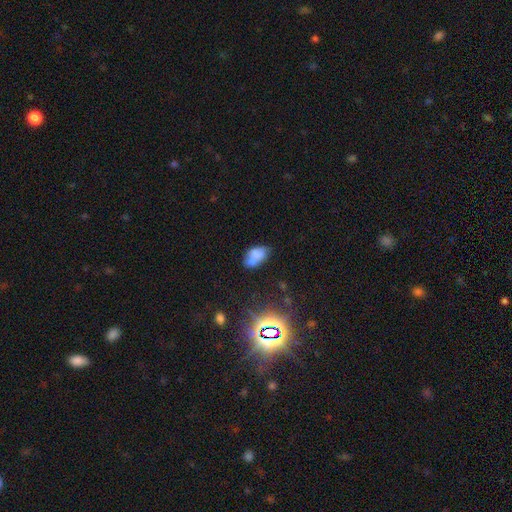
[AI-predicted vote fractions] Overall: smooth (64%). How rounded: in between (88%). Merging: none (37%; merger 36%).